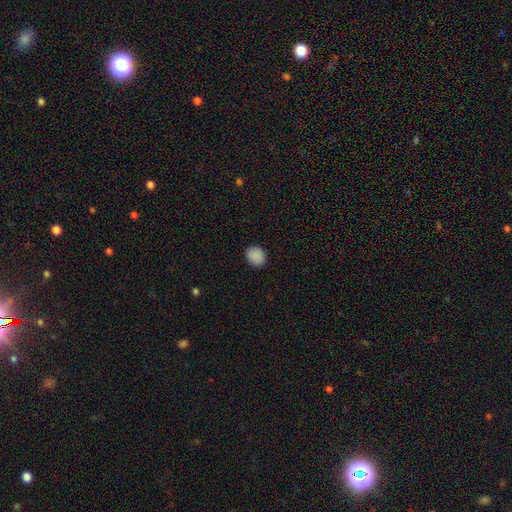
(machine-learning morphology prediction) Q: Smooth or featured?
A: smooth (89%); runner-up: star or artifact (8%)
Q: How rounded?
A: round (66%); runner-up: in between (33%)
Q: Merging?
A: none (89%); runner-up: minor disturbance (8%)